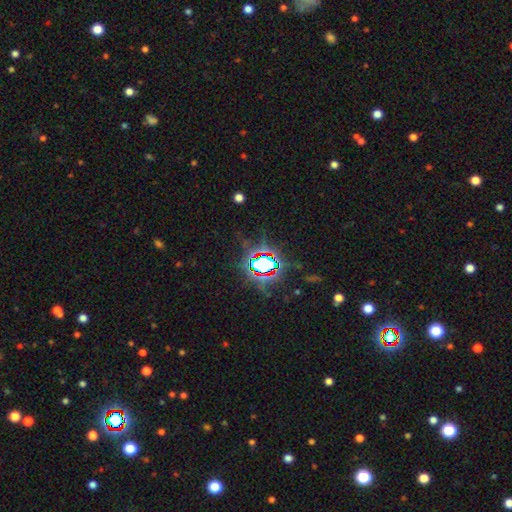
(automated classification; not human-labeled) Smooth or featured? star or artifact (80%)